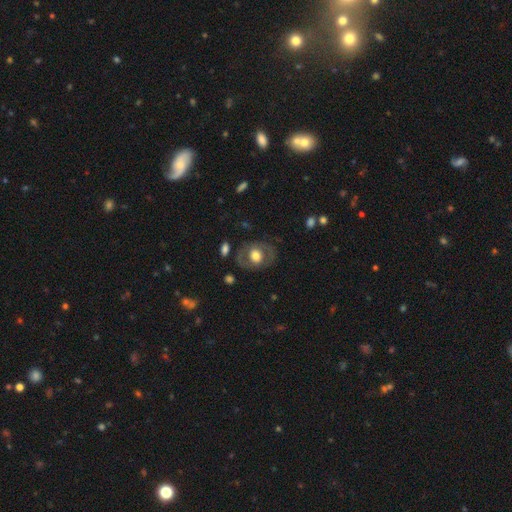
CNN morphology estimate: Q: Smooth or featured?
A: smooth (48%); runner-up: featured or disk (45%)
Q: Merging?
A: none (75%); runner-up: minor disturbance (14%)